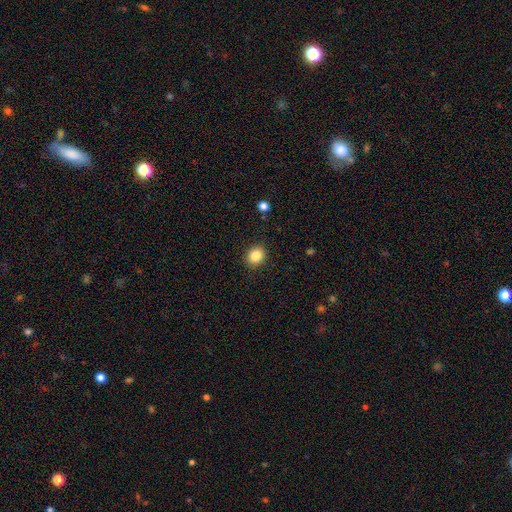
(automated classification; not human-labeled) The model was most divided on "how rounded": round: 65%, in between: 35%, cigar-shaped: 1%. More confident: merging — none (89%); smooth or featured — smooth (86%).